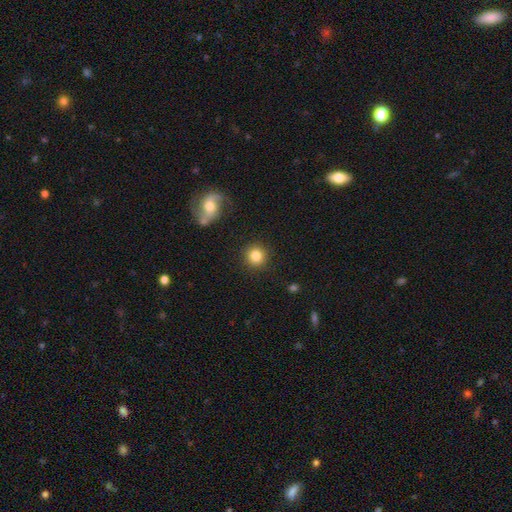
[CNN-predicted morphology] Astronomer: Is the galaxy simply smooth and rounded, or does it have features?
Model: smooth — 84%.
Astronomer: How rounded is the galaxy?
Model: round — 93%.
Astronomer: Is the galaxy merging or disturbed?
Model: none — 89%.